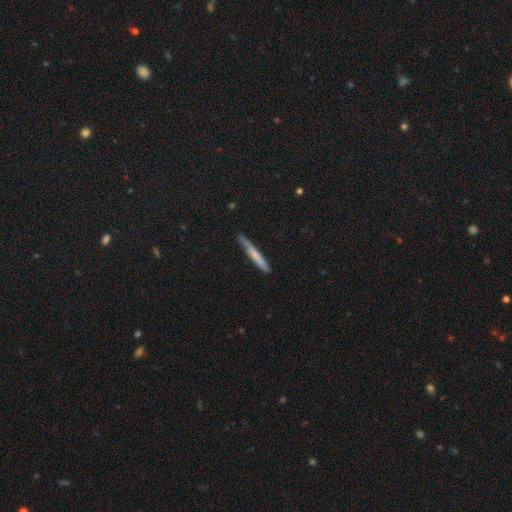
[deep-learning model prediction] A smooth galaxy with no disk features (62%) that is cigar-shaped (96%).

Vote fractions:
- Smooth or featured? smooth: 62% / featured or disk: 32% / star or artifact: 5%
- How rounded? cigar-shaped: 96% / in between: 3% / round: 1%
- Merging? none: 81% / minor disturbance: 15% / major disturbance: 2% / merger: 2%